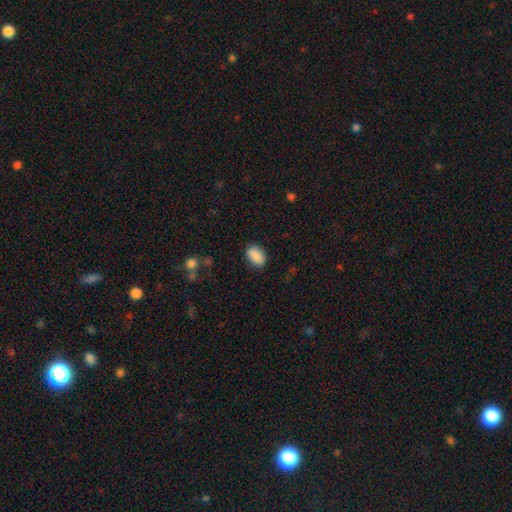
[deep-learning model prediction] Smooth or featured? smooth (90%)
How rounded? in between (89%)
Merging? none (86%)